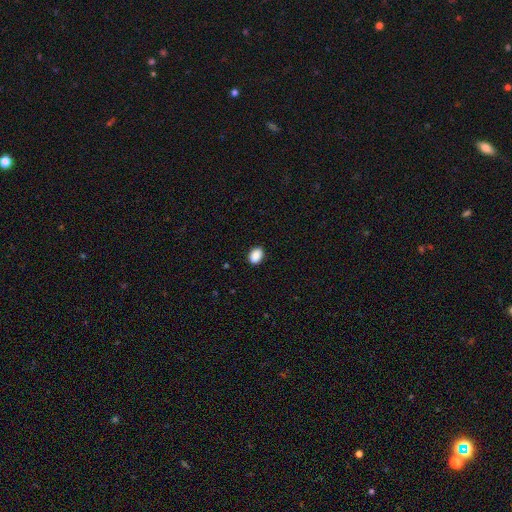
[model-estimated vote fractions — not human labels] The model was most divided on "how rounded": in between: 78%, round: 21%, cigar-shaped: 1%. More confident: smooth or featured — smooth (90%); merging — none (89%).